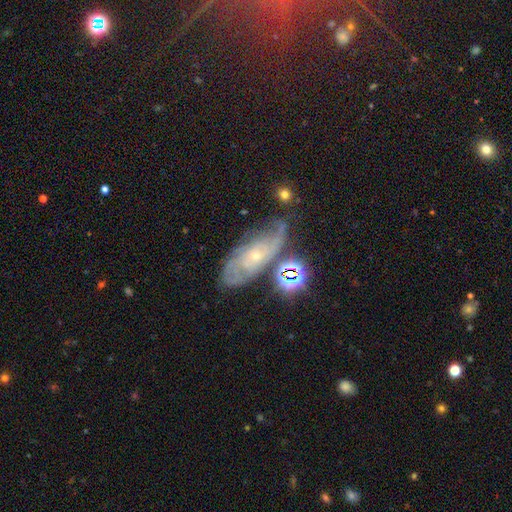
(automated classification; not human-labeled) Smooth or featured: featured or disk — 76% (star or artifact — 12%)
Edge-on disk: no — 92% (yes — 8%)
Bar: no — 75% (weak — 20%)
Spiral arms: yes — 92% (no — 8%)
Spiral winding: tight — 57% (medium — 32%)
Spiral arm count: can't tell — 39% (2 — 28%)
Bulge size: small — 77% (moderate — 20%)
Merging: none — 59% (minor disturbance — 23%)